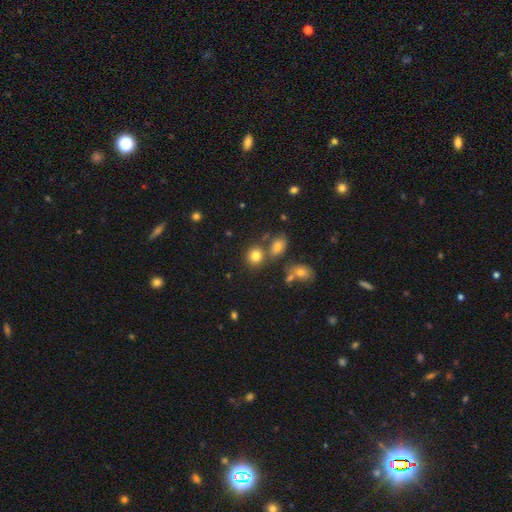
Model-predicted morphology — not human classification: Smooth or featured: smooth — 80% (star or artifact — 12%)
How rounded: round — 75% (in between — 23%)
Merging: none — 65% (merger — 21%)